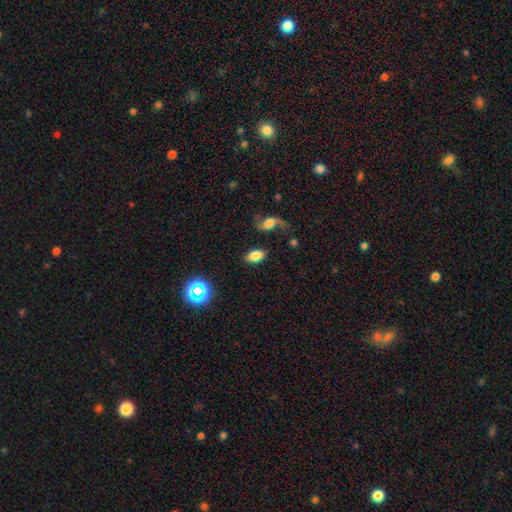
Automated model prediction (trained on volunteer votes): smooth_or_featured: smooth (p=0.78) [alt: featured or disk p=0.11]
how_rounded: in between (p=0.91) [alt: round p=0.07]
merging: none (p=0.81) [alt: minor disturbance p=0.11]